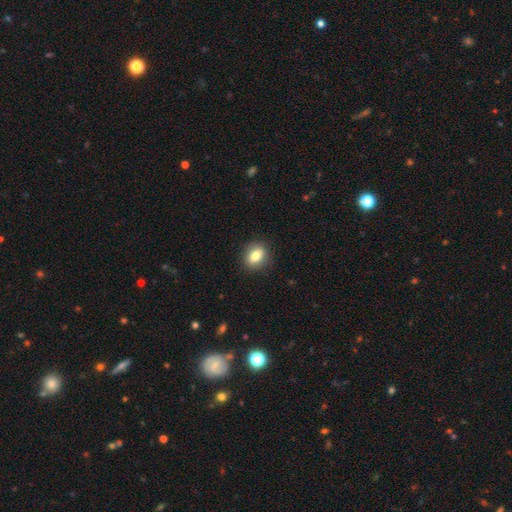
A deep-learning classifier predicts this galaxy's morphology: Q: Smooth or featured?
A: smooth (80%); runner-up: featured or disk (11%)
Q: How rounded?
A: in between (53%); runner-up: round (46%)
Q: Merging?
A: none (89%); runner-up: minor disturbance (8%)